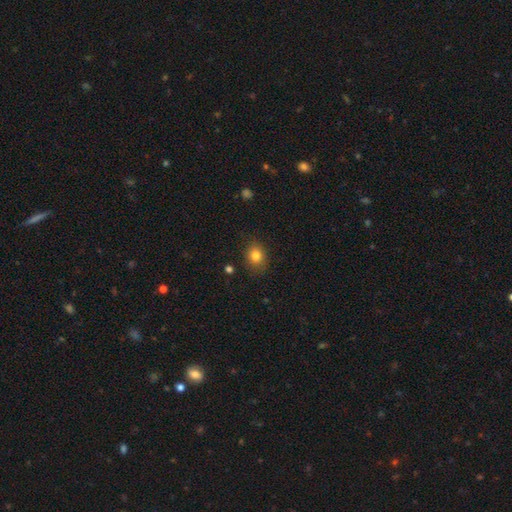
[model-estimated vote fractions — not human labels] This is clearly a smooth galaxy (81%). How rounded: possibly round (55%). Merging: clearly none (83%).